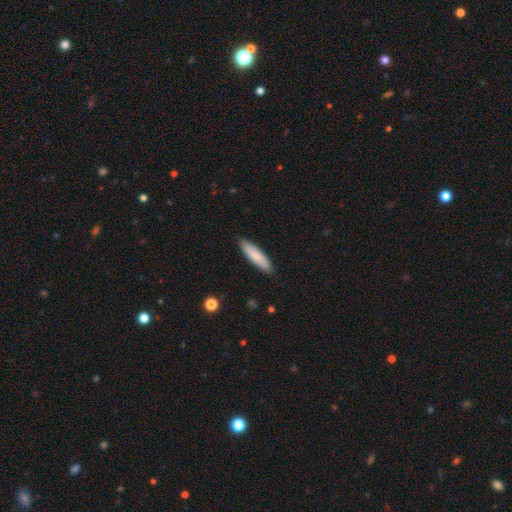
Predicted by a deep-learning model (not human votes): This appears to be a smooth galaxy with no disk features (82%) that is cigar-shaped (72%). Merging: none (90%).